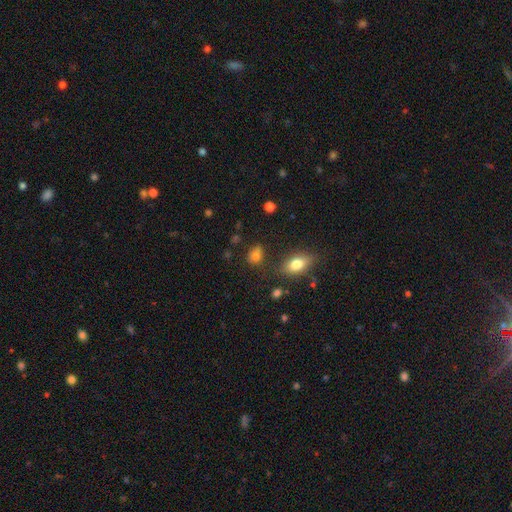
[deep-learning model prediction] Smooth or featured? smooth (79%)
How rounded? in between (53%)
Merging? none (67%)